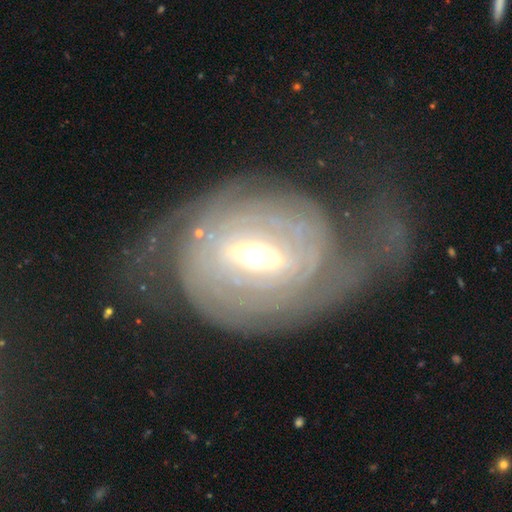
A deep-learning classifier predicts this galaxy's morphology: Q: Smooth or featured?
A: featured or disk (85%); runner-up: smooth (10%)
Q: Edge-on disk?
A: no (95%); runner-up: yes (5%)
Q: Bar?
A: weak (44%); runner-up: strong (36%)
Q: Spiral arms?
A: yes (85%); runner-up: no (15%)
Q: Spiral winding?
A: tight (59%); runner-up: medium (25%)
Q: Spiral arm count?
A: 2 (46%); runner-up: can't tell (32%)
Q: Bulge size?
A: moderate (63%); runner-up: small (26%)
Q: Merging?
A: none (50%); runner-up: major disturbance (30%)